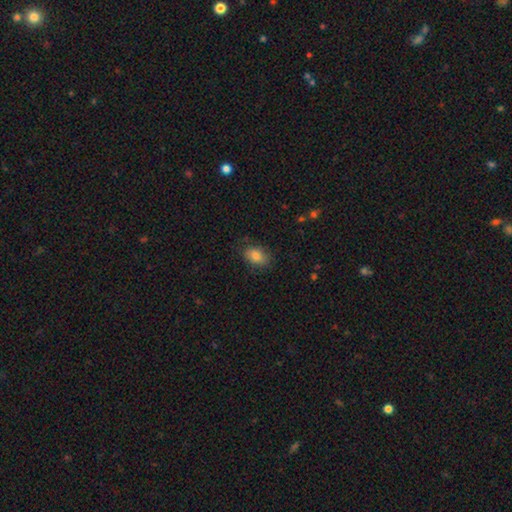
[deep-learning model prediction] smooth 82%, star or artifact 9%, featured or disk 9%. Down the decision tree: how rounded — in between (81%); merging — none (80%).